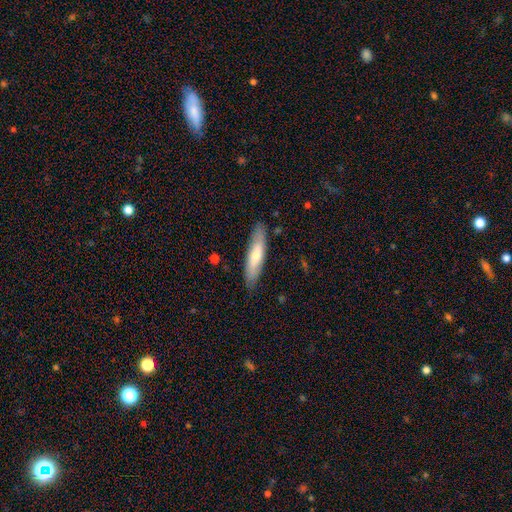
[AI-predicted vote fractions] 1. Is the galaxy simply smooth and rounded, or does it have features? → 61% smooth, 33% featured or disk, 6% star or artifact.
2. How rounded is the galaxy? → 76% cigar-shaped, 23% in between, 1% round.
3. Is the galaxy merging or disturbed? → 84% none, 12% minor disturbance, 2% major disturbance, 1% merger.